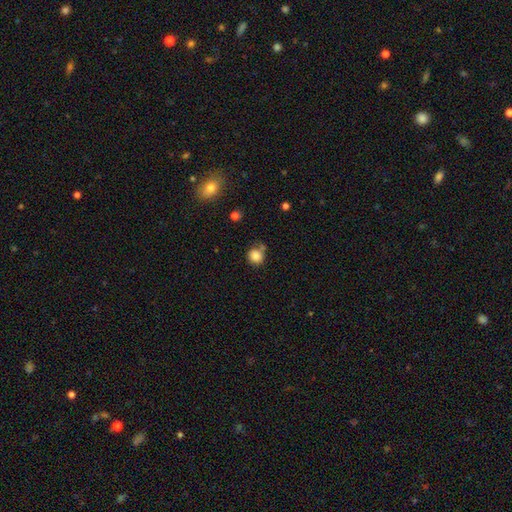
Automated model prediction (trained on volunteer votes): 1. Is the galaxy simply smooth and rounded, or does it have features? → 83% smooth, 10% star or artifact, 7% featured or disk.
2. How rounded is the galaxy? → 84% round, 15% in between, 1% cigar-shaped.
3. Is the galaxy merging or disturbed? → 57% none, 22% minor disturbance, 13% merger, 8% major disturbance.